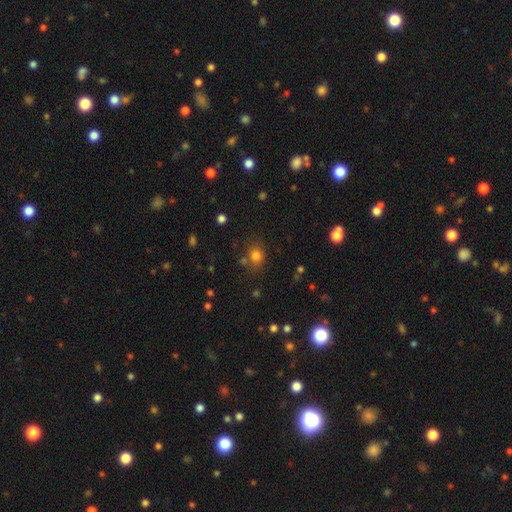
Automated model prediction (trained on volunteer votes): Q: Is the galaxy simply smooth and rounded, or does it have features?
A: smooth — 78%.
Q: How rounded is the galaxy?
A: round — 76%.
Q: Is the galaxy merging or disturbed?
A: none — 75%.